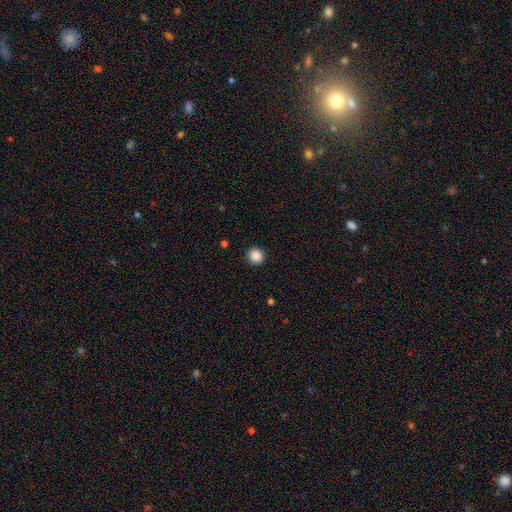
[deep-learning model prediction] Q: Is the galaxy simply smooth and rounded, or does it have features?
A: smooth — 87%.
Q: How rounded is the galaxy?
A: round — 91%.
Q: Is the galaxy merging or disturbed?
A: none — 91%.